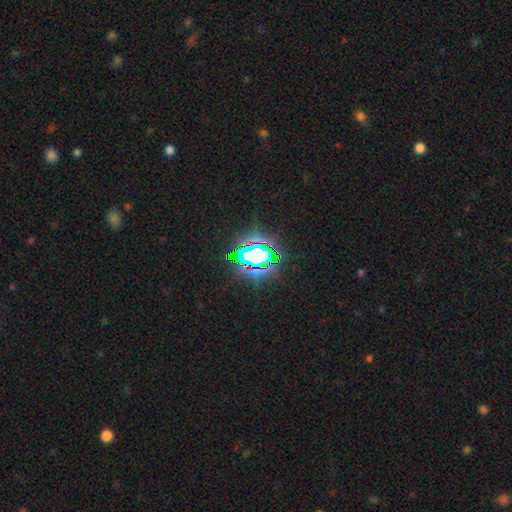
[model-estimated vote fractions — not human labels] Smooth or featured? Predicted: star or artifact (p=0.68).